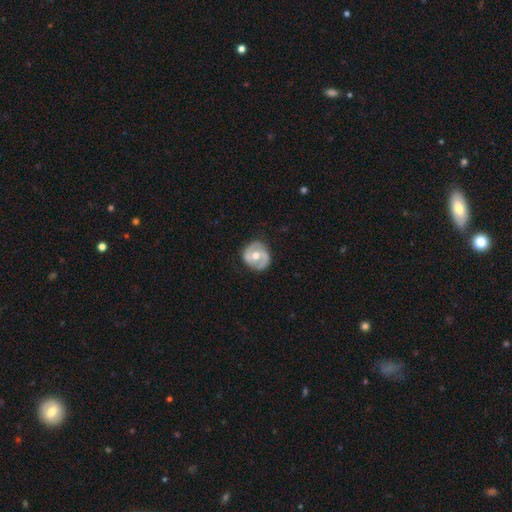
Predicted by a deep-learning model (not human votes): Q: Smooth or featured?
A: featured or disk (70%); runner-up: smooth (25%)
Q: Edge-on disk?
A: no (97%); runner-up: yes (3%)
Q: Bar?
A: no (52%); runner-up: weak (34%)
Q: Spiral arms?
A: yes (75%); runner-up: no (25%)
Q: Spiral winding?
A: medium (44%); runner-up: tight (38%)
Q: Spiral arm count?
A: 2 (83%); runner-up: can't tell (9%)
Q: Bulge size?
A: moderate (80%); runner-up: small (12%)
Q: Merging?
A: none (81%); runner-up: minor disturbance (14%)